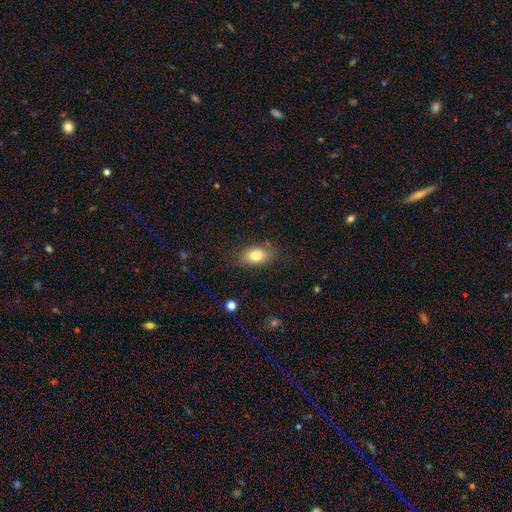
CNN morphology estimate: The model was most divided on "merging": none: 80%, minor disturbance: 15%, major disturbance: 4%, merger: 2%. More confident: how rounded — in between (85%); smooth or featured — smooth (79%).